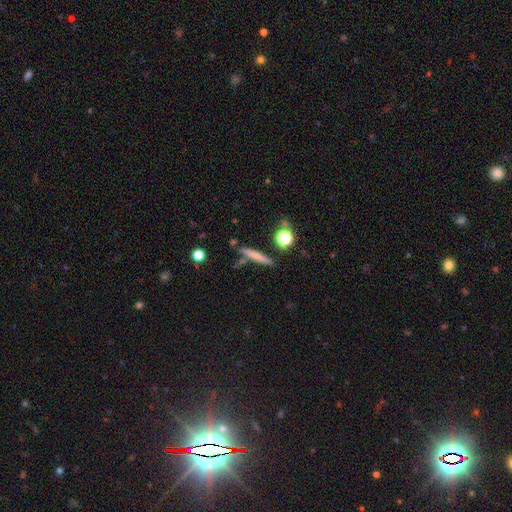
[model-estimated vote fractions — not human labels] The model was most divided on "smooth or featured": smooth: 64%, featured or disk: 28%, star or artifact: 9%. More confident: how rounded — cigar-shaped (91%); merging — none (78%).